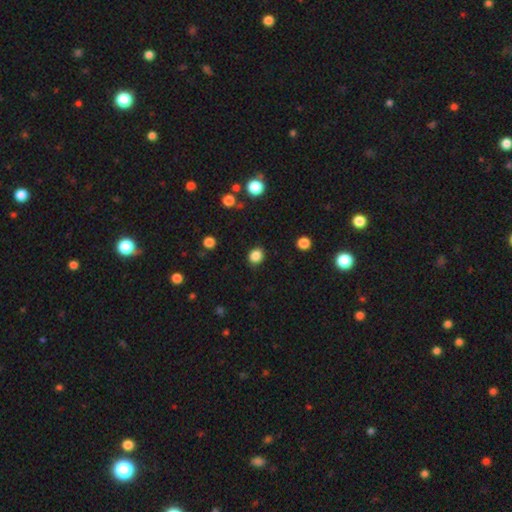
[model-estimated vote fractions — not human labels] A smooth galaxy with no disk features (86%) that is round (73%).

Vote fractions:
- Smooth or featured? smooth: 86% / star or artifact: 11% / featured or disk: 4%
- How rounded? round: 73% / in between: 26% / cigar-shaped: 1%
- Merging? none: 88% / minor disturbance: 8% / major disturbance: 2% / merger: 1%